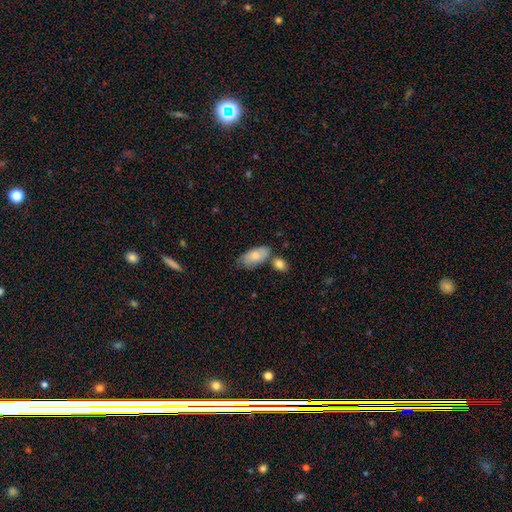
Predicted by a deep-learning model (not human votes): Morphology: type=smooth (74%); roundness=in between (92%); merging=none (55%).